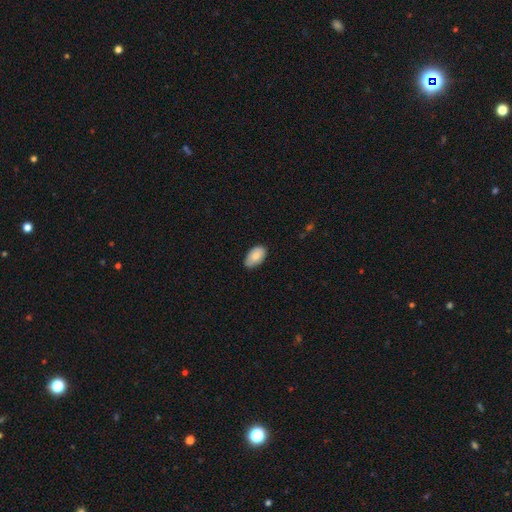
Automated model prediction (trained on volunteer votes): Q: Smooth or featured?
A: smooth (83%); runner-up: featured or disk (10%)
Q: How rounded?
A: in between (94%); runner-up: round (4%)
Q: Merging?
A: none (73%); runner-up: minor disturbance (23%)